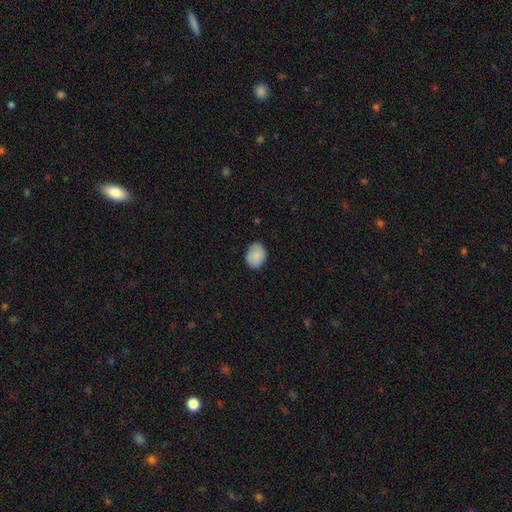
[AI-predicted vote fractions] This is clearly a smooth galaxy (83%). How rounded: likely in between (64%). Merging: clearly none (81%).